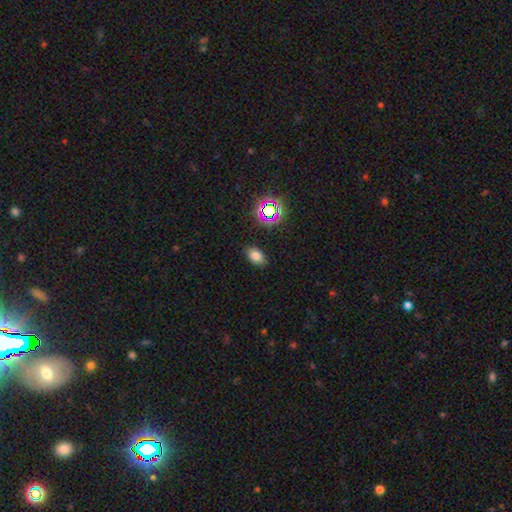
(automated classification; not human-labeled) The model was most divided on "smooth or featured": smooth: 76%, star or artifact: 16%, featured or disk: 8%. More confident: how rounded — in between (87%); merging — none (86%).